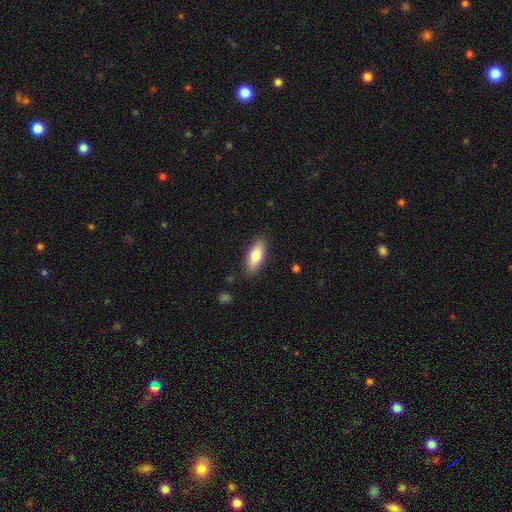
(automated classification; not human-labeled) smooth 78%, featured or disk 16%, star or artifact 6%. Down the decision tree: how rounded — in between (76%); merging — none (87%).